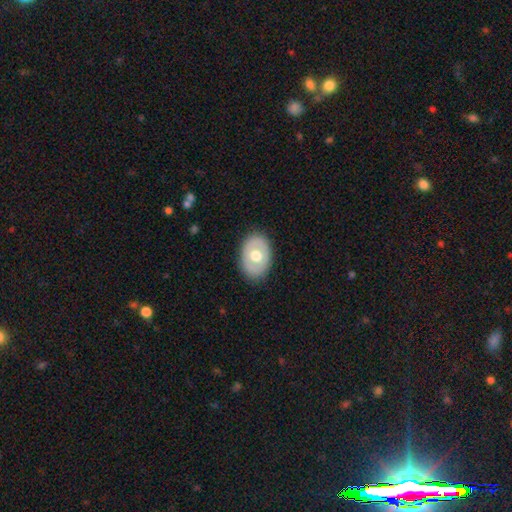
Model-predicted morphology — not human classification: Q: Smooth or featured?
A: smooth (52%); runner-up: featured or disk (42%)
Q: How rounded?
A: in between (72%); runner-up: round (28%)
Q: Merging?
A: none (85%); runner-up: minor disturbance (11%)